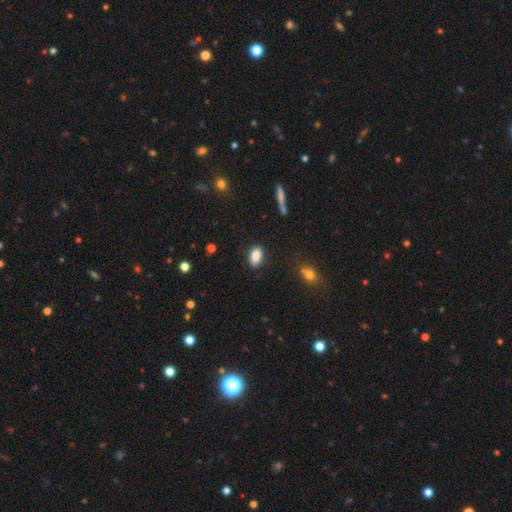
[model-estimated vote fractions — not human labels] Smooth or featured: smooth — 87% (star or artifact — 8%)
How rounded: in between — 90% (round — 6%)
Merging: none — 85% (minor disturbance — 11%)